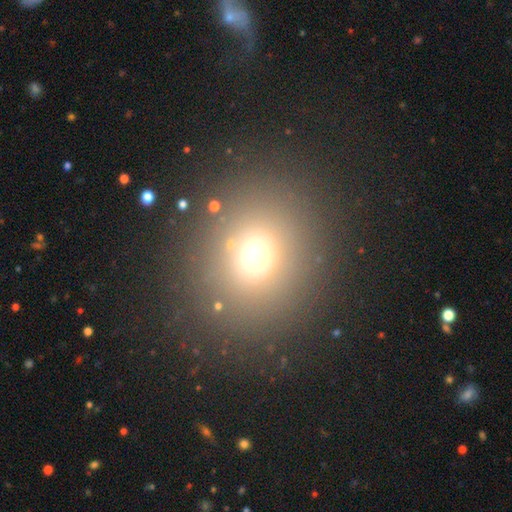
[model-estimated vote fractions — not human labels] Smooth or featured? smooth (66%)
How rounded? round (80%)
Merging? none (85%)